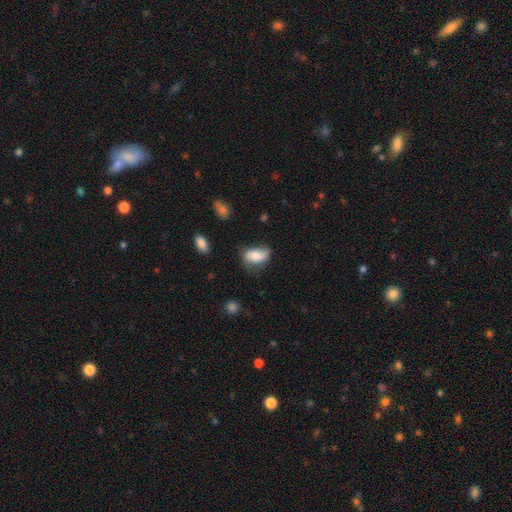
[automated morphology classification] The model was most divided on "merging": none: 55%, minor disturbance: 32%, major disturbance: 11%, merger: 3%. More confident: how rounded — in between (90%); smooth or featured — smooth (70%).